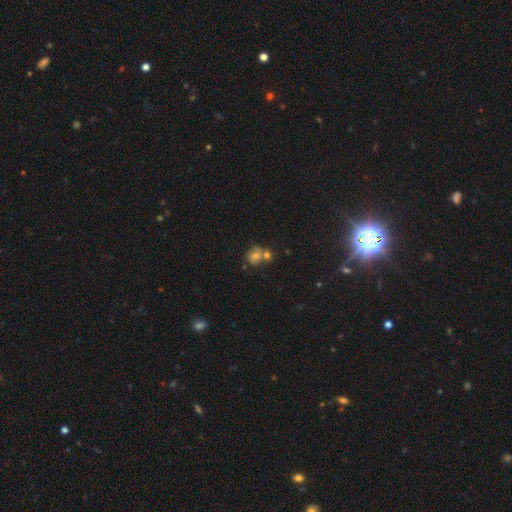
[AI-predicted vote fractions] A smooth galaxy with no disk features (54%) that is round (77%). Merging: none (50%).